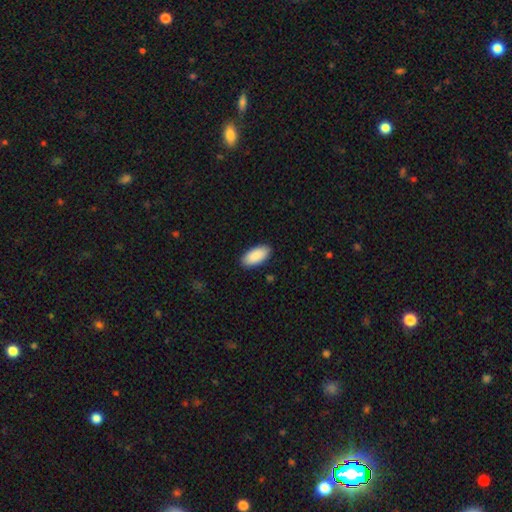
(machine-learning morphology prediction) smooth-or-featured: smooth: 91% | star or artifact: 5% | featured or disk: 3%
  how-rounded: in between: 93% | cigar-shaped: 5% | round: 2%
  merging: none: 89% | minor disturbance: 8% | major disturbance: 2% | merger: 1%